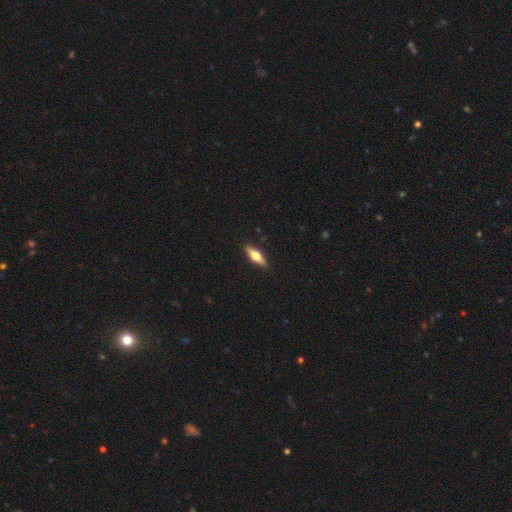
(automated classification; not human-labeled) Overall: smooth (49%; featured or disk 45%). Merging: none (90%).